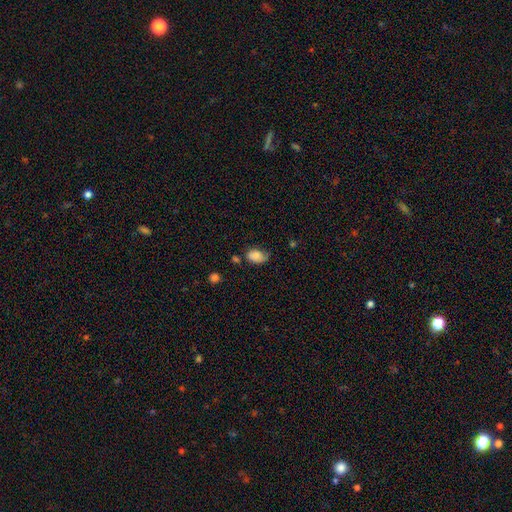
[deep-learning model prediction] Morphology: type=smooth (78%); roundness=in between (82%); merging=none (44%).